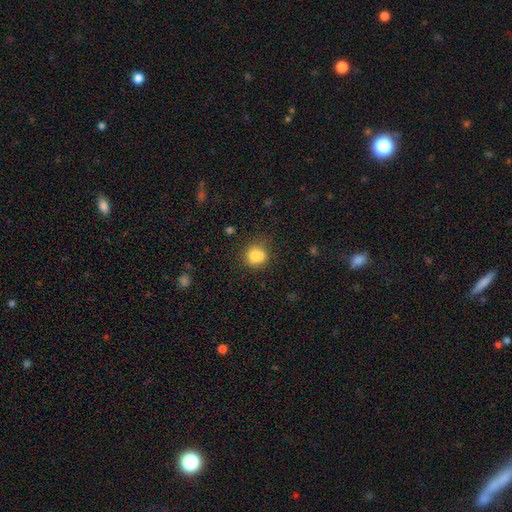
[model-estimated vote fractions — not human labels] Smooth or featured? smooth (78%)
How rounded? round (78%)
Merging? none (54%)